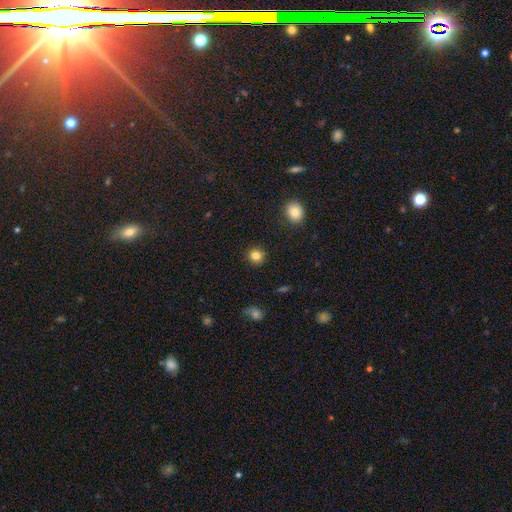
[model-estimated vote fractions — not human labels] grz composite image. It shows a smooth galaxy with no disk features (83%) that is round (91%). Merging: none (91%).